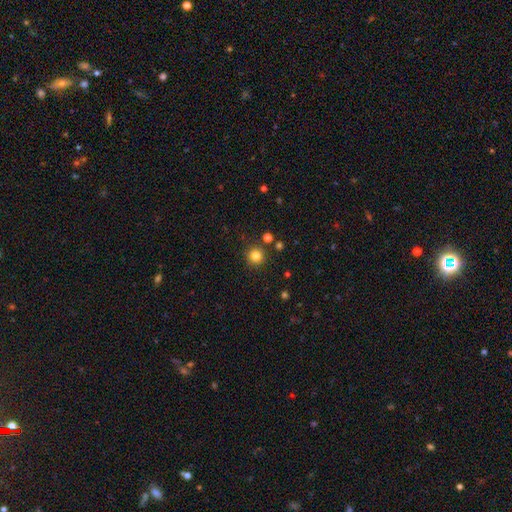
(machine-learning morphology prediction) Smooth or featured: smooth — 81% (star or artifact — 13%)
How rounded: round — 95% (in between — 4%)
Merging: none — 89% (minor disturbance — 6%)